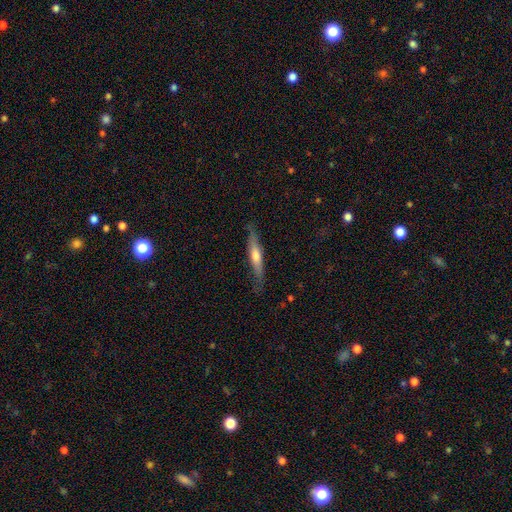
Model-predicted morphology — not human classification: featured or disk 49%, smooth 45%, star or artifact 6%. Down the decision tree: merging — none (78%).